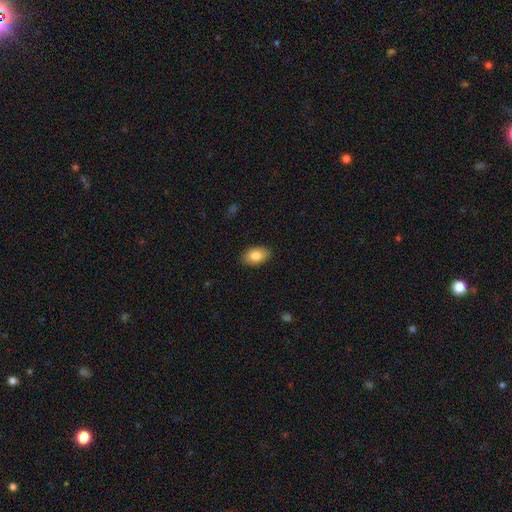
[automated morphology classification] type=smooth (84%); roundness=in between (91%); merging=none (88%).